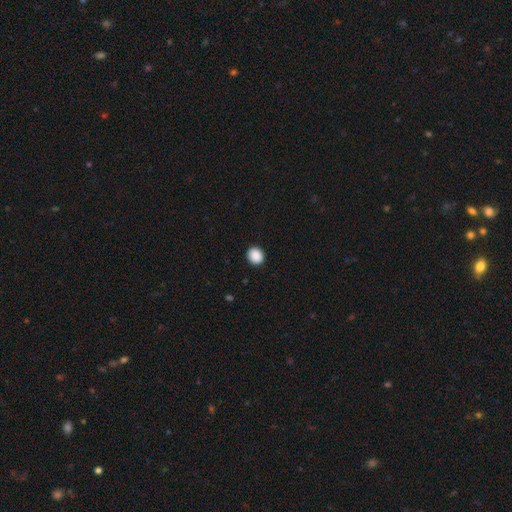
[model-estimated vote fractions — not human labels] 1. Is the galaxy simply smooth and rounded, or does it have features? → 89% smooth, 9% star or artifact, 2% featured or disk.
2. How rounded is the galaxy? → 79% round, 20% in between, 1% cigar-shaped.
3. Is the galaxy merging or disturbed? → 92% none, 5% minor disturbance, 2% major disturbance, 1% merger.